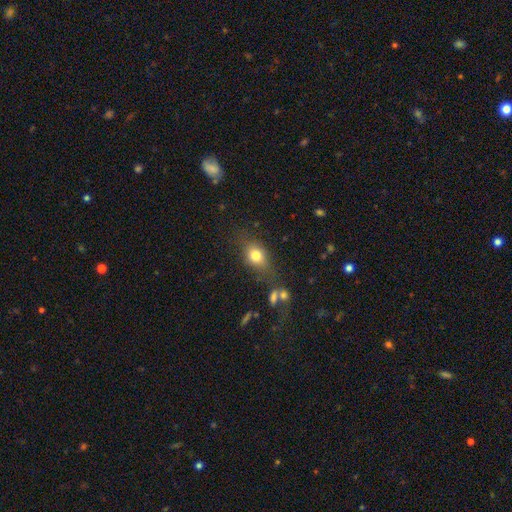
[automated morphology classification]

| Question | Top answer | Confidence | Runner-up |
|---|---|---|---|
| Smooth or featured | smooth | 78% | featured or disk (12%) |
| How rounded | in between | 63% | round (33%) |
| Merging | none | 68% | minor disturbance (18%) |